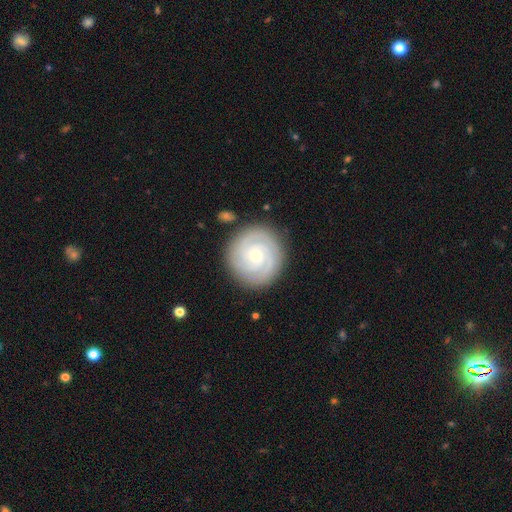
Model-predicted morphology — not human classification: type=featured or disk (87%); edge-on=no (98%); bar=no (71%); spiral arms=yes (98%); winding=tight (84%); arm count=3 (40%); bulge=small (60%); merging=none (88%).